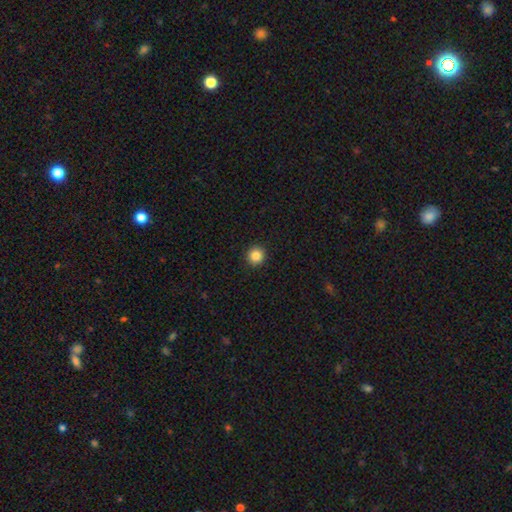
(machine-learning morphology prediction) Q: Smooth or featured?
A: smooth (85%); runner-up: star or artifact (10%)
Q: How rounded?
A: round (94%); runner-up: in between (5%)
Q: Merging?
A: none (93%); runner-up: minor disturbance (4%)